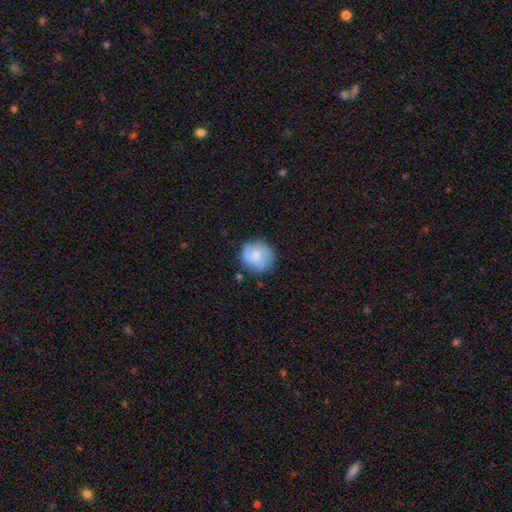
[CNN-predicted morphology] Smooth or featured? smooth (70%)
How rounded? round (89%)
Merging? none (77%)